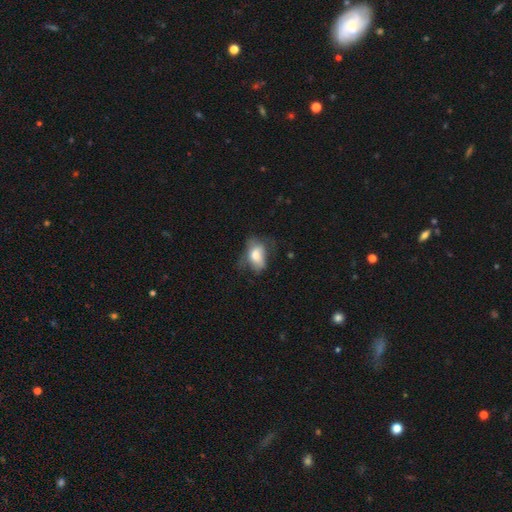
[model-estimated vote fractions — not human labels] Smooth or featured? smooth (66%)
How rounded? in between (86%)
Merging? none (41%)